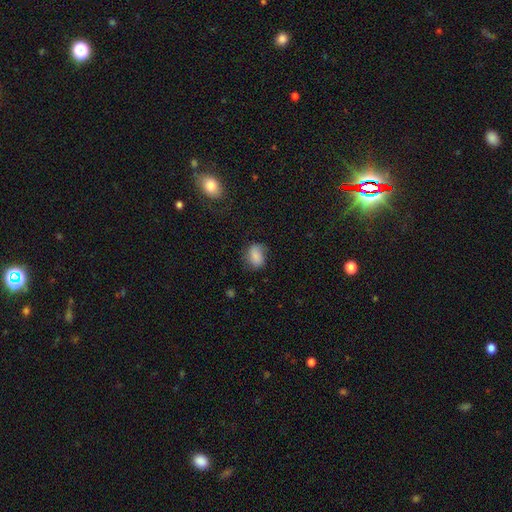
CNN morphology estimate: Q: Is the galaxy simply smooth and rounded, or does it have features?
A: smooth — 80%.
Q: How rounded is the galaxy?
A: in between — 71%.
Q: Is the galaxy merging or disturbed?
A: none — 59%.